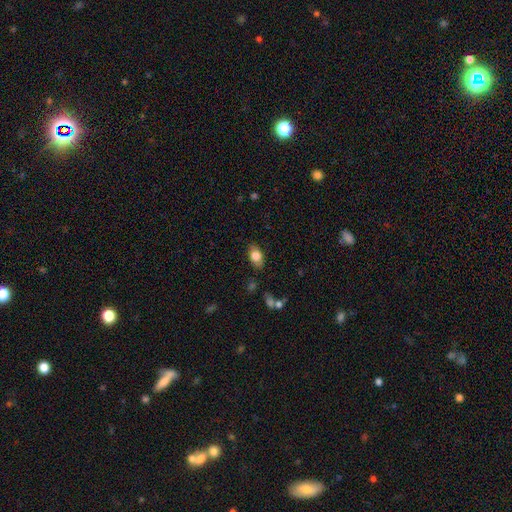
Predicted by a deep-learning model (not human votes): smooth 77%, featured or disk 15%, star or artifact 7%. Down the decision tree: how rounded — in between (89%); merging — none (83%).